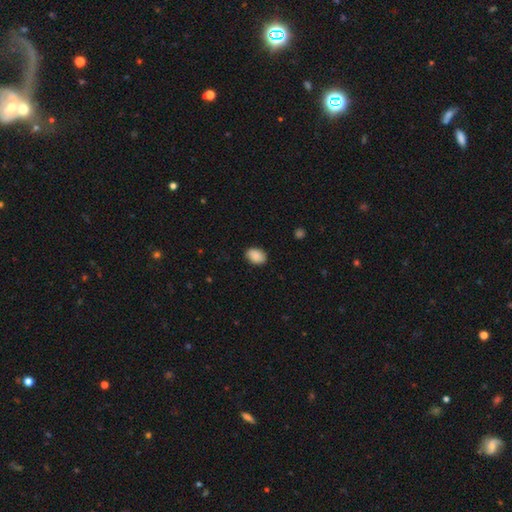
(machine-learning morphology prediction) Q: Smooth or featured?
A: smooth (90%); runner-up: star or artifact (7%)
Q: How rounded?
A: in between (82%); runner-up: round (17%)
Q: Merging?
A: none (86%); runner-up: minor disturbance (10%)